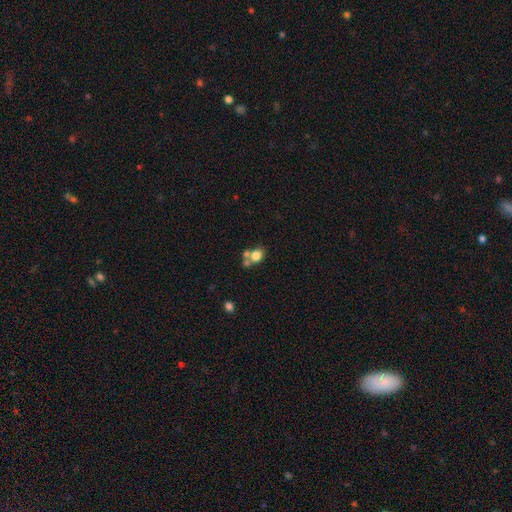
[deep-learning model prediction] This is likely a smooth galaxy (75%). How rounded: possibly in between (56%). Merging: marginally merger (43%).